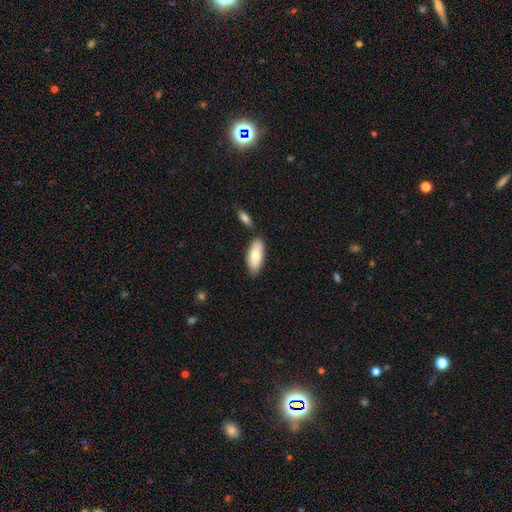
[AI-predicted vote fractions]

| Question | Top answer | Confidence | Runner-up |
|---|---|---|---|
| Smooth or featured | smooth | 74% | featured or disk (20%) |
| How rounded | in between | 83% | cigar-shaped (15%) |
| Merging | none | 74% | minor disturbance (14%) |